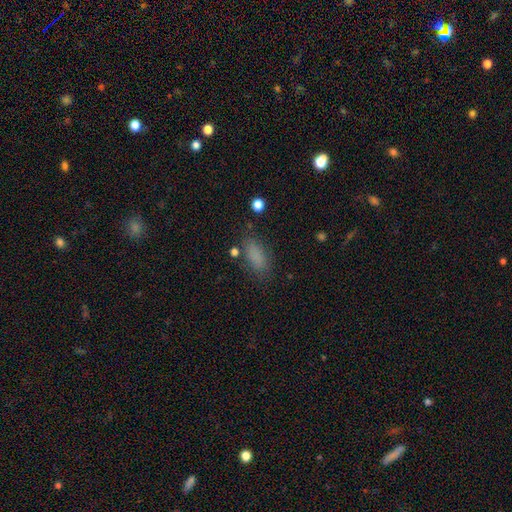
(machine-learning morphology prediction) A smooth galaxy with no disk features (81%) that is in between round and cigar-shaped (83%).

Vote fractions:
- Smooth or featured? smooth: 81% / star or artifact: 12% / featured or disk: 7%
- How rounded? in between: 83% / cigar-shaped: 12% / round: 5%
- Merging? none: 76% / minor disturbance: 15% / major disturbance: 6% / merger: 3%